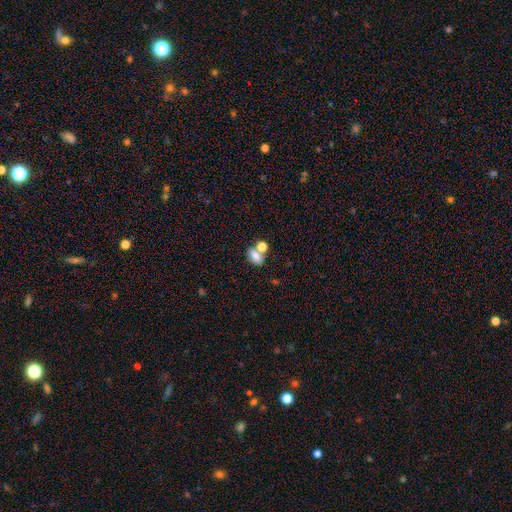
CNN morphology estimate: Overall: smooth (77%). How rounded: in between (78%). Merging: none (43%; merger 41%).